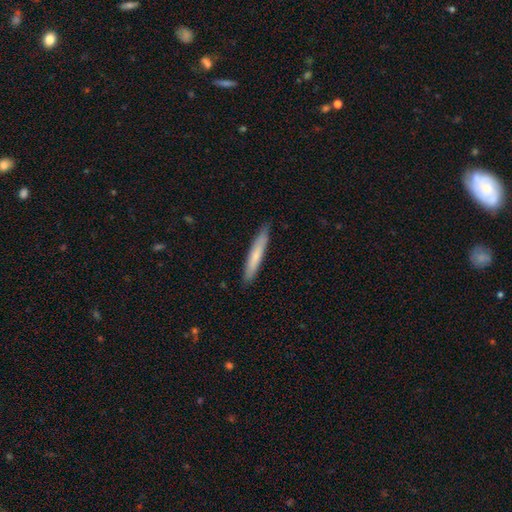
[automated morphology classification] The model was most divided on "smooth or featured": smooth: 70%, featured or disk: 24%, star or artifact: 5%. More confident: how rounded — cigar-shaped (94%); merging — none (88%).